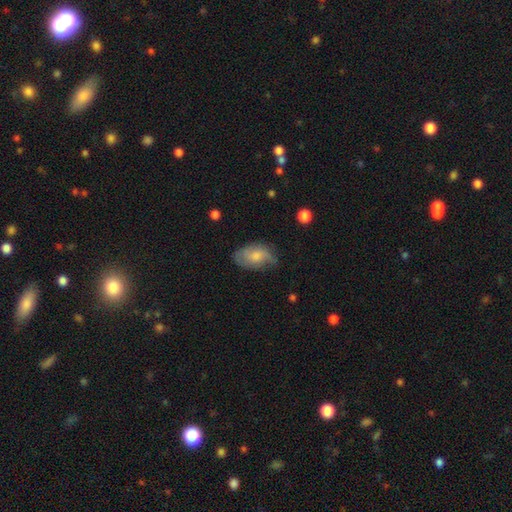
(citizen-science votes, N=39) Volunteers were most divided on "merging": none: 51%, minor disturbance: 30%, major disturbance: 19%, merger: 0%. More confident: how rounded — in between (100%); smooth or featured — smooth (62%).